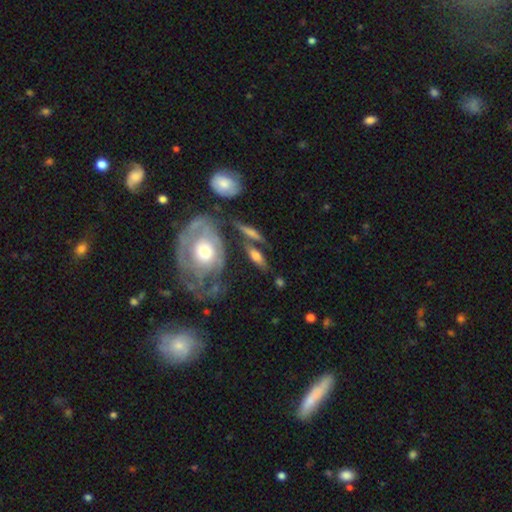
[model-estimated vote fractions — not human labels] Q: Smooth or featured?
A: smooth (51%); runner-up: featured or disk (41%)
Q: How rounded?
A: in between (60%); runner-up: cigar-shaped (31%)
Q: Merging?
A: none (57%); runner-up: minor disturbance (17%)